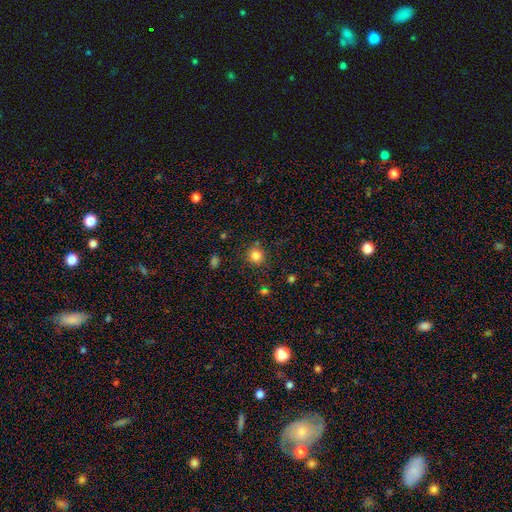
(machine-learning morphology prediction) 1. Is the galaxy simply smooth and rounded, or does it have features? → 82% smooth, 13% star or artifact, 5% featured or disk.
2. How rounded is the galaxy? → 91% round, 8% in between, 1% cigar-shaped.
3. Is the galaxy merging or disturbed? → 82% none, 10% minor disturbance, 5% merger, 3% major disturbance.